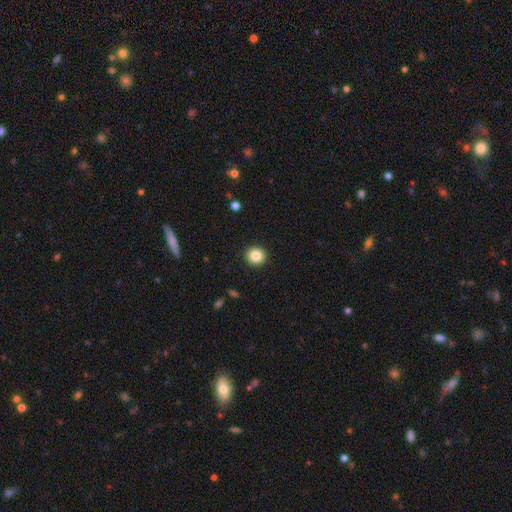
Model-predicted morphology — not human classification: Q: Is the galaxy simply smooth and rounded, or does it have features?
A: smooth — 85%.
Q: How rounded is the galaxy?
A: round — 92%.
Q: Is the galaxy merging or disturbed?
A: none — 93%.